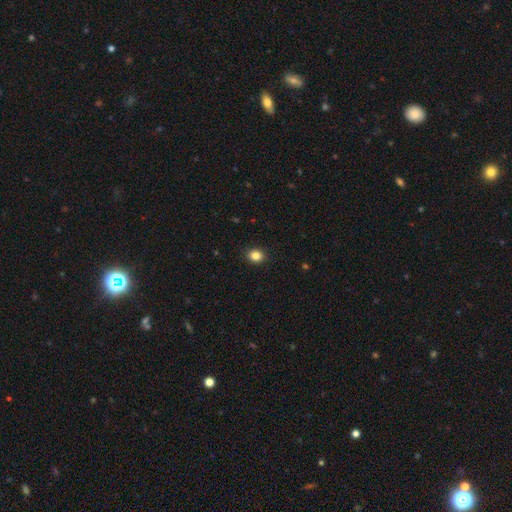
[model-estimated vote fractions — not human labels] Smooth or featured? smooth (84%)
How rounded? round (62%)
Merging? none (90%)